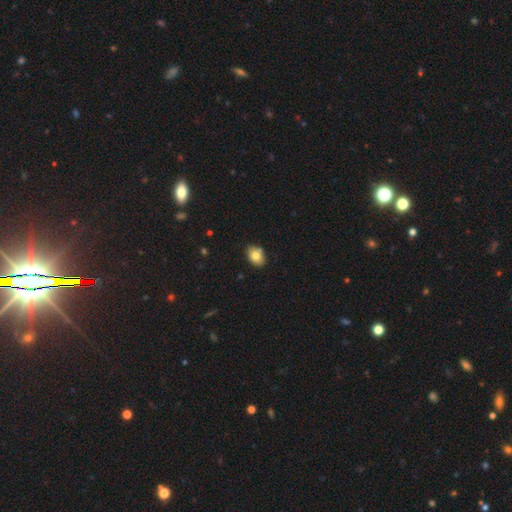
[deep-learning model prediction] A smooth galaxy with no disk features (79%) that is in between round and cigar-shaped (71%). Merging: none (81%).